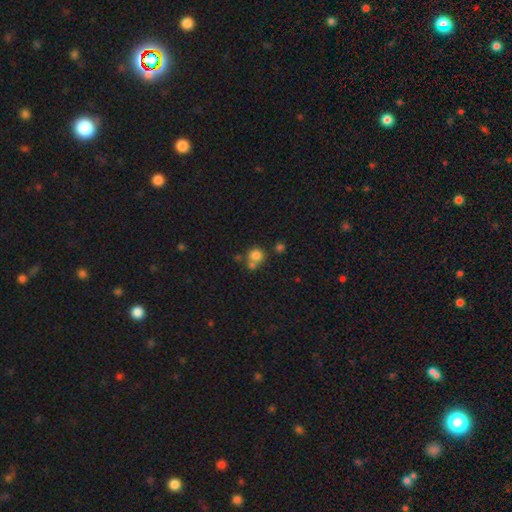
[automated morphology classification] Smooth or featured? smooth (78%)
How rounded? round (88%)
Merging? none (54%)